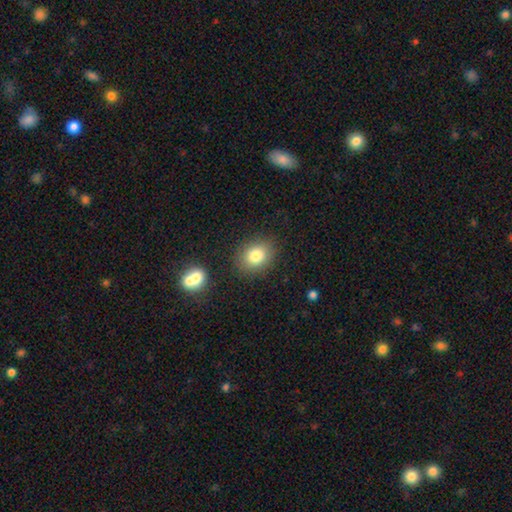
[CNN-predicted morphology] This is clearly a smooth galaxy (82%). How rounded: possibly round (51%). Merging: clearly none (83%).